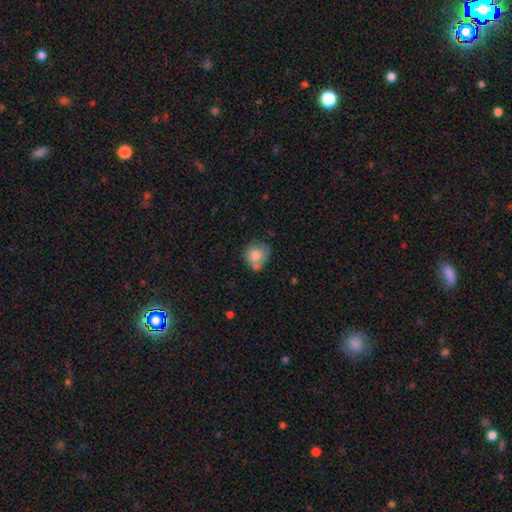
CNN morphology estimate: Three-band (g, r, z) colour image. It shows a smooth galaxy with no disk features (81%) that is round (74%). Merging: none (46%).